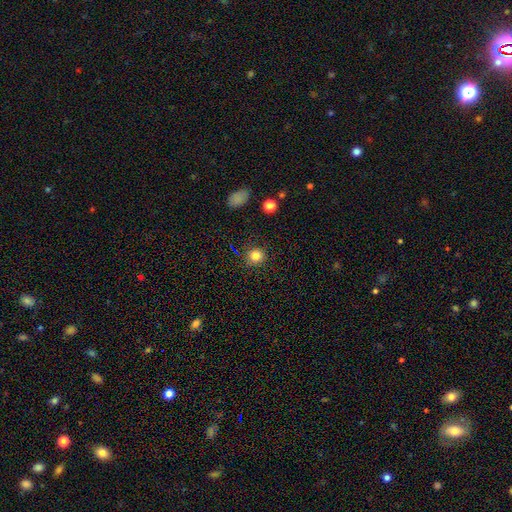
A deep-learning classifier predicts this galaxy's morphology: This is clearly a smooth galaxy (82%). How rounded: clearly round (89%). Merging: clearly none (87%).